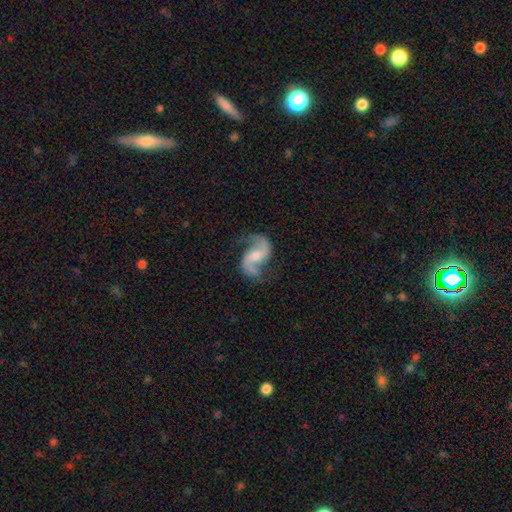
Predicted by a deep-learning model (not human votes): This is clearly a featured or disk galaxy (90%). It is clearly not viewed edge-on (98%). Bar: marginally weak (42%, tied with no). Spiral arm pattern: clearly yes (97%). Spiral arm count: clearly 2 (94%). Spiral winding: possibly loose (53%). Central bulge: possibly moderate (50%). Merging: likely none (76%).